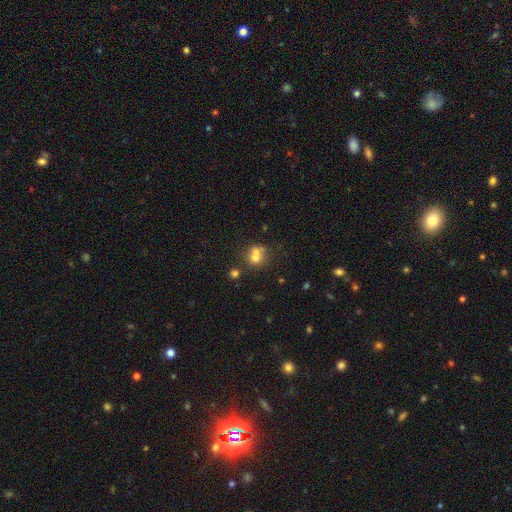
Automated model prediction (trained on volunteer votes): Smooth or featured: smooth — 65% (featured or disk — 19%)
How rounded: round — 70% (in between — 29%)
Merging: merger — 47% (none — 36%)